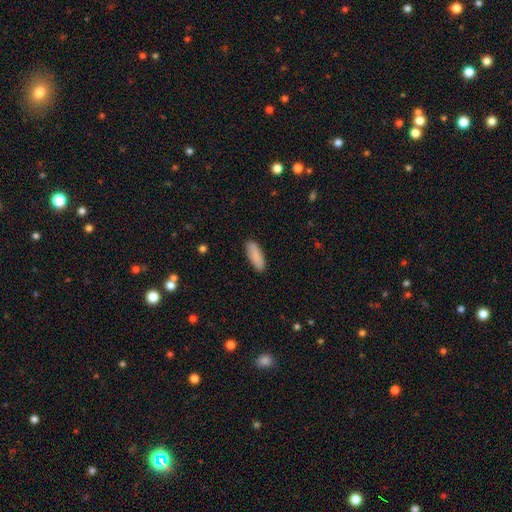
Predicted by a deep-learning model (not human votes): A smooth galaxy with no disk features (89%) that is in between round and cigar-shaped (61%).

Vote fractions:
- Smooth or featured? smooth: 89% / star or artifact: 6% / featured or disk: 5%
- How rounded? in between: 61% / cigar-shaped: 38% / round: 2%
- Merging? none: 88% / minor disturbance: 9% / major disturbance: 2% / merger: 1%